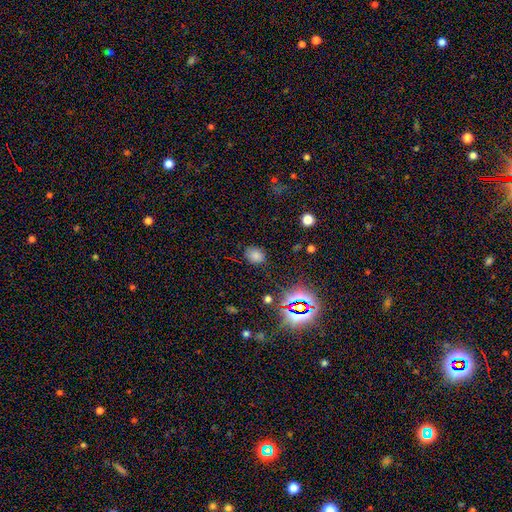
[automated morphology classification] smooth-or-featured: smooth: 74% | star or artifact: 20% | featured or disk: 6%
  how-rounded: in between: 59% | round: 40% | cigar-shaped: 1%
  merging: none: 78% | minor disturbance: 15% | major disturbance: 4% | merger: 2%